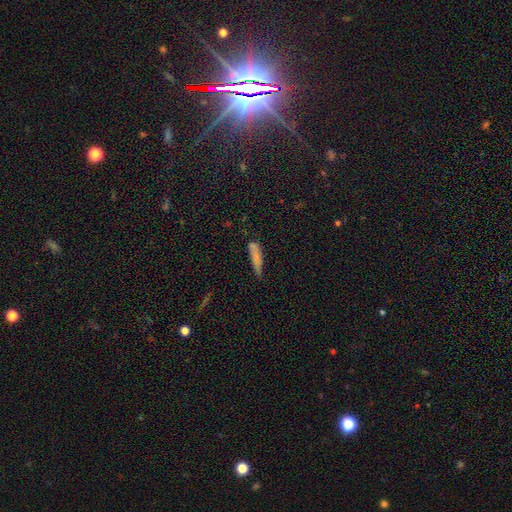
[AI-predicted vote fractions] Smooth or featured? smooth (73%)
How rounded? cigar-shaped (79%)
Merging? none (54%)